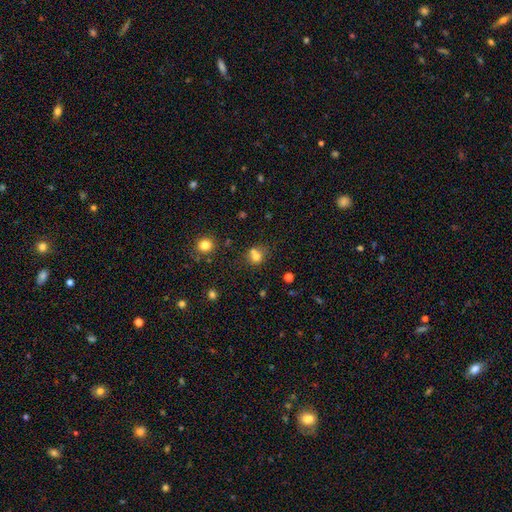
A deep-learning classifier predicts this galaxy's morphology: Overall: smooth (73%). How rounded: round (78%). Merging: none (45%; merger 40%).